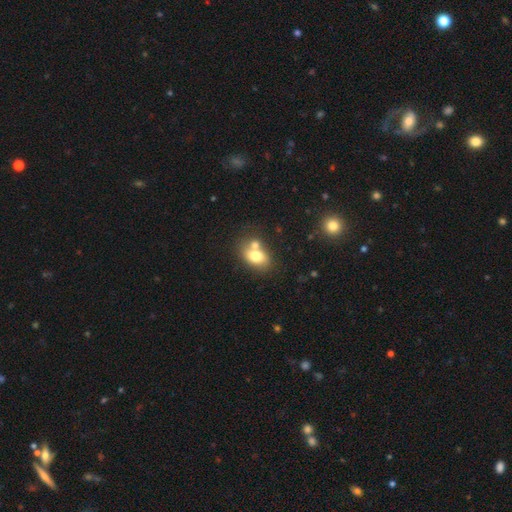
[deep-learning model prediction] Smooth or featured? Predicted: smooth (p=0.73). How rounded? Predicted: in between (p=0.72). Merging? Predicted: none (p=0.43).